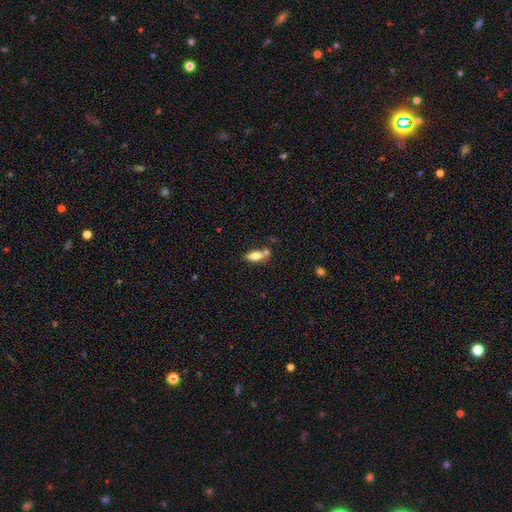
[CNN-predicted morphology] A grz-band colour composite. It shows a smooth galaxy with no disk features (74%) that is in between round and cigar-shaped (78%). Merging: none (50%).